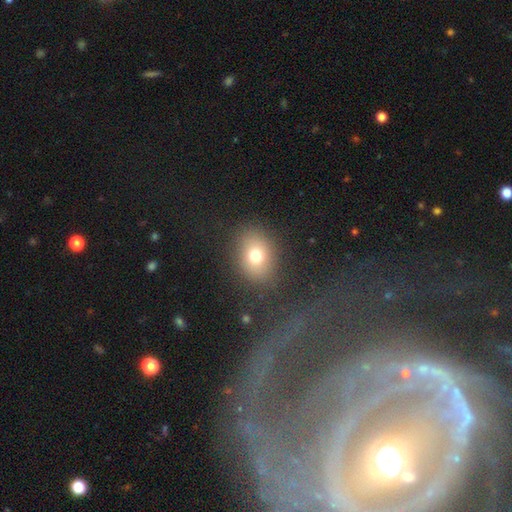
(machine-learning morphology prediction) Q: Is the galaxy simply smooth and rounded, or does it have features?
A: smooth — 74%.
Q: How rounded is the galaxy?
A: in between — 53%.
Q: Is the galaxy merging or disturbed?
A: none — 82%.